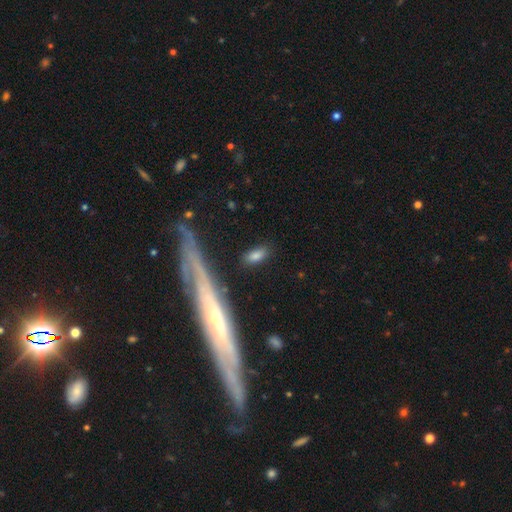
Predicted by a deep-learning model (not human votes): A smooth galaxy with no disk features (80%) that is in between round and cigar-shaped (82%).

Vote fractions:
- Smooth or featured? smooth: 80% / featured or disk: 12% / star or artifact: 8%
- How rounded? in between: 82% / cigar-shaped: 14% / round: 4%
- Merging? none: 82% / minor disturbance: 11% / major disturbance: 4% / merger: 3%